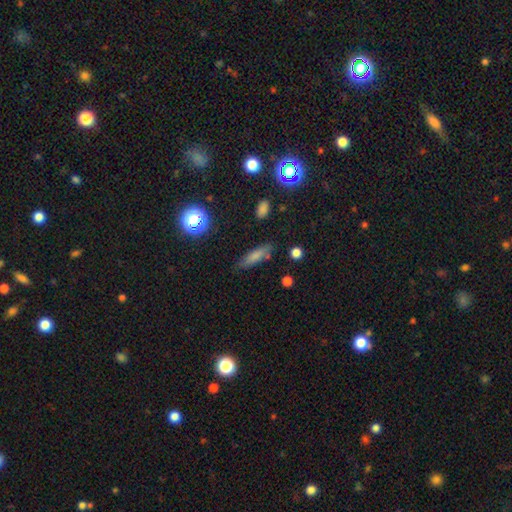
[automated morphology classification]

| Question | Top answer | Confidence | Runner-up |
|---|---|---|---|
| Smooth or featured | smooth | 72% | featured or disk (16%) |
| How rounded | cigar-shaped | 60% | in between (36%) |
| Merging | none | 78% | minor disturbance (15%) |